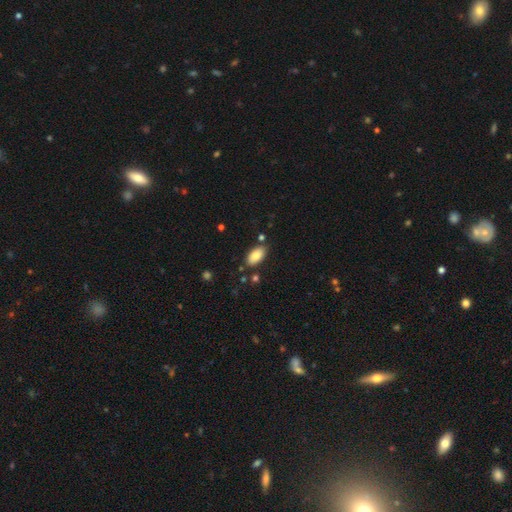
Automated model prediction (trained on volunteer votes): smooth 84%, featured or disk 9%, star or artifact 7%. Down the decision tree: how rounded — in between (94%); merging — none (81%).